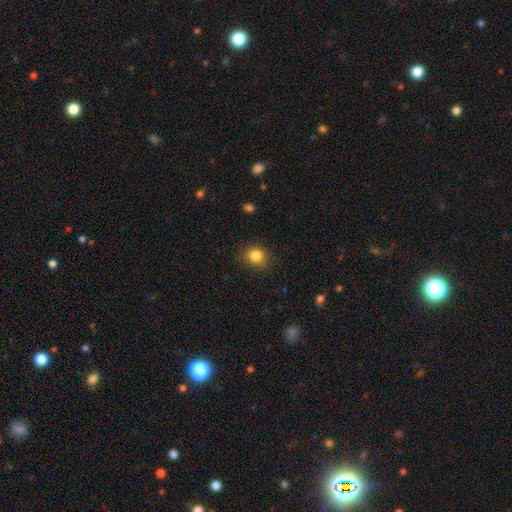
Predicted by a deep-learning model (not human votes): Smooth or featured: smooth — 84% (star or artifact — 11%)
How rounded: round — 79% (in between — 20%)
Merging: none — 84% (minor disturbance — 11%)